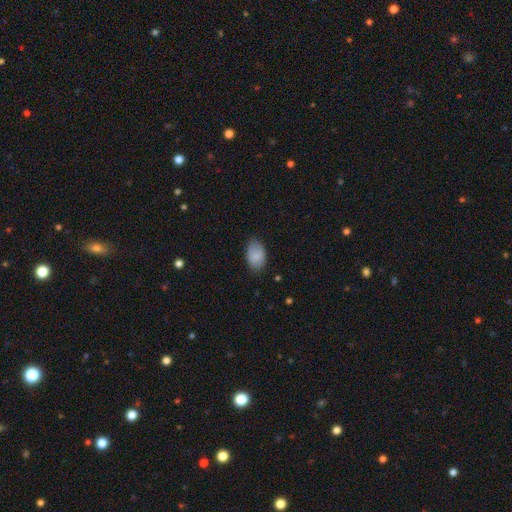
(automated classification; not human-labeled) smooth_or_featured: smooth (p=0.87) [alt: star or artifact p=0.07]
how_rounded: in between (p=0.90) [alt: round p=0.09]
merging: none (p=0.80) [alt: minor disturbance p=0.16]